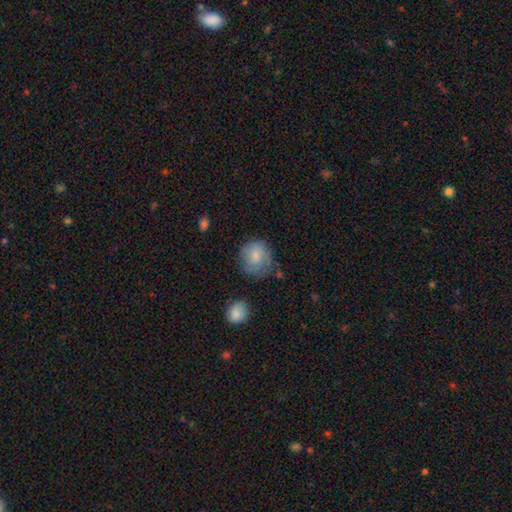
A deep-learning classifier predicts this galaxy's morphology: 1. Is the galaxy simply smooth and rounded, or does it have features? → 79% smooth, 14% featured or disk, 7% star or artifact.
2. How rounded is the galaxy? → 78% round, 21% in between, 1% cigar-shaped.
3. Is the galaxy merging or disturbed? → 62% none, 26% minor disturbance, 9% major disturbance, 3% merger.